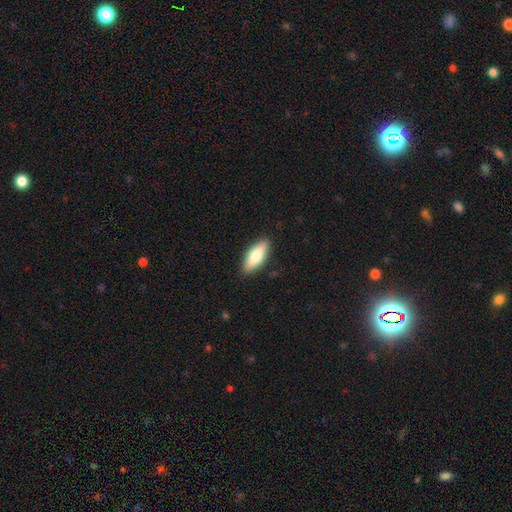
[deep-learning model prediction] smooth 72%, featured or disk 23%, star or artifact 6%. Down the decision tree: how rounded — in between (72%); merging — none (88%).